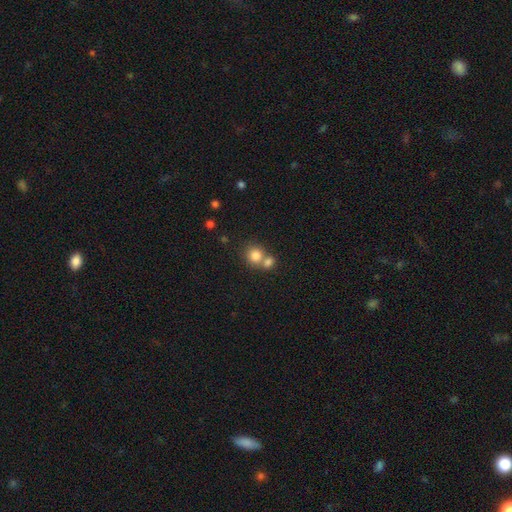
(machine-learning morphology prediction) A smooth galaxy with no disk features (81%) that is round (83%).

Vote fractions:
- Smooth or featured? smooth: 81% / star or artifact: 11% / featured or disk: 9%
- How rounded? round: 83% / in between: 16% / cigar-shaped: 1%
- Merging? merger: 48% / none: 42% / minor disturbance: 7% / major disturbance: 3%